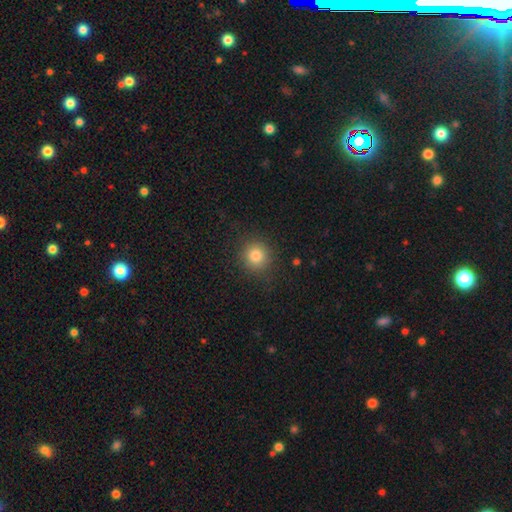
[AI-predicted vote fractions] Q: Smooth or featured?
A: smooth (81%); runner-up: star or artifact (12%)
Q: How rounded?
A: round (91%); runner-up: in between (8%)
Q: Merging?
A: none (89%); runner-up: minor disturbance (7%)